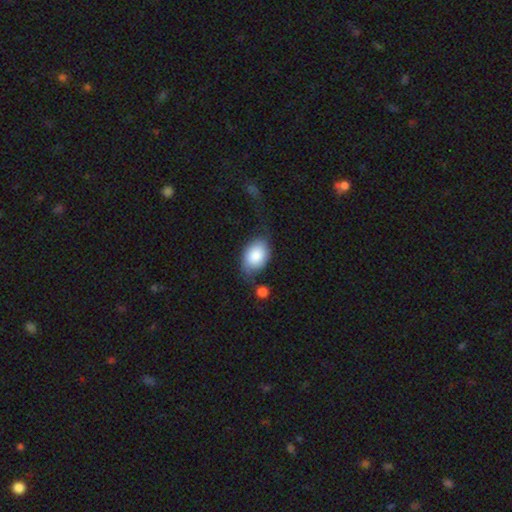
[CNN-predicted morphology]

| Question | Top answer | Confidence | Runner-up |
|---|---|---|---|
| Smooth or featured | smooth | 82% | featured or disk (12%) |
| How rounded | in between | 84% | round (15%) |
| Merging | none | 49% | minor disturbance (30%) |